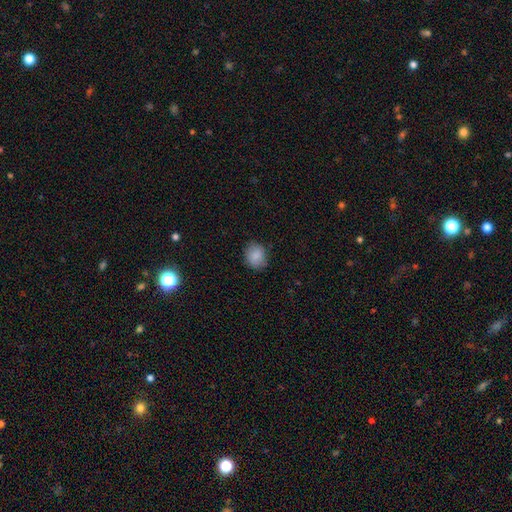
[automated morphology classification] A smooth galaxy with no disk features (87%) that is round (62%).

Vote fractions:
- Smooth or featured? smooth: 87% / star or artifact: 8% / featured or disk: 5%
- How rounded? round: 62% / in between: 37% / cigar-shaped: 1%
- Merging? none: 82% / minor disturbance: 14% / major disturbance: 3% / merger: 1%